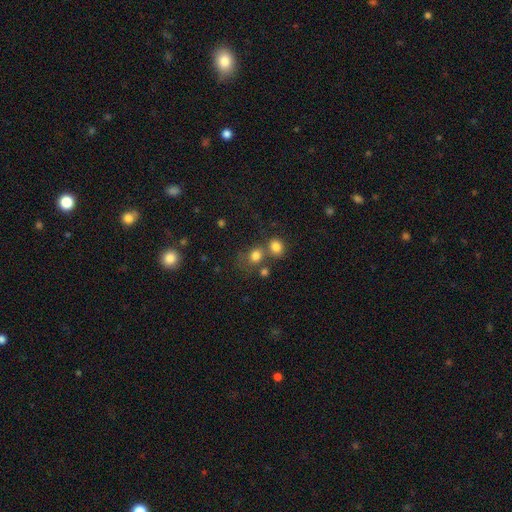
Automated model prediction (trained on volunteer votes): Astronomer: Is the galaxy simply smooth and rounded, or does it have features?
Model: smooth — 77%.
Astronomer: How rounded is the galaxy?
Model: round — 67%.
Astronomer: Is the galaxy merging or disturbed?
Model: none — 47% (runner-up: merger, 34%).